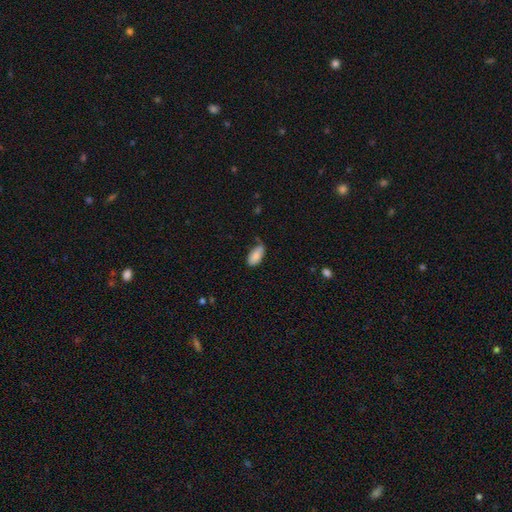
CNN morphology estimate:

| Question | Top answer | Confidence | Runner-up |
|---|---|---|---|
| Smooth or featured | smooth | 85% | featured or disk (9%) |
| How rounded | in between | 92% | cigar-shaped (6%) |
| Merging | none | 44% | minor disturbance (40%) |